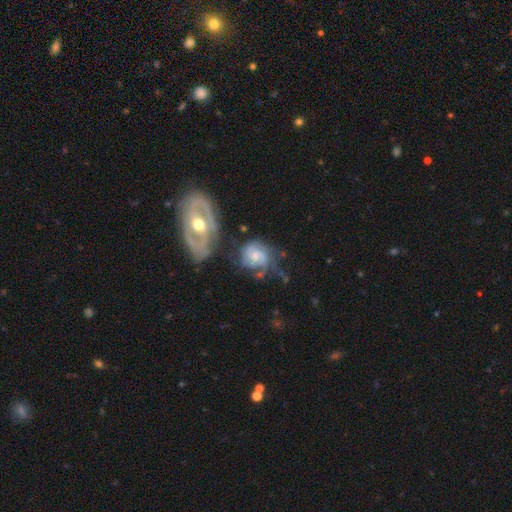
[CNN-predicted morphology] Smooth or featured? Predicted: featured or disk (p=0.75). Edge-on disk? Predicted: no (p=0.97). Bar? Predicted: no (p=0.66). Spiral arms? Predicted: yes (p=0.91). Spiral winding? Predicted: tight (p=0.51). Spiral arm count? Predicted: 2 (p=0.37). Bulge size? Predicted: moderate (p=0.53). Merging? Predicted: none (p=0.42).